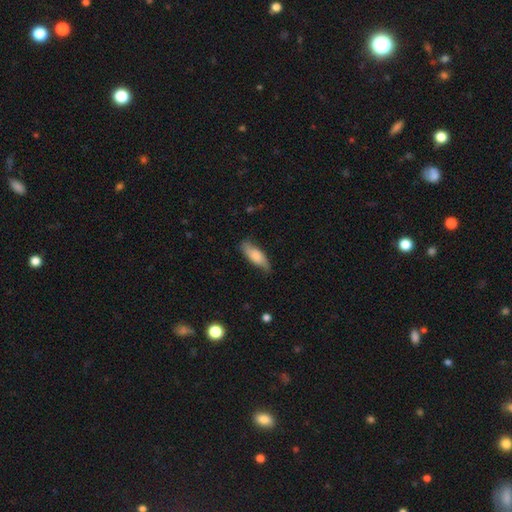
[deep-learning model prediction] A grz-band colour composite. It shows a smooth galaxy with no disk features (71%) that is in between round and cigar-shaped (62%). Merging: none (71%).